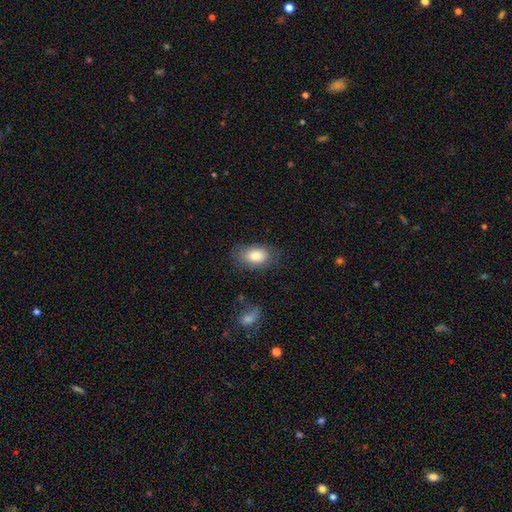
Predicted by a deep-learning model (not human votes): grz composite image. It shows a smooth galaxy with no disk features (80%) that is in between round and cigar-shaped (89%). Merging: none (71%).